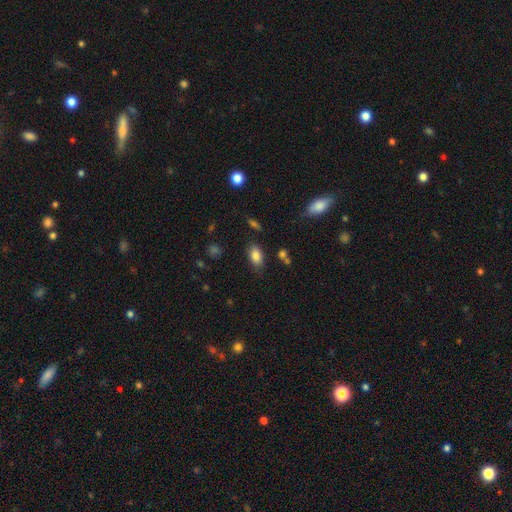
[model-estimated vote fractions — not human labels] smooth_or_featured: smooth (p=0.83) [alt: star or artifact p=0.09]
how_rounded: in between (p=0.90) [alt: round p=0.06]
merging: none (p=0.80) [alt: minor disturbance p=0.14]